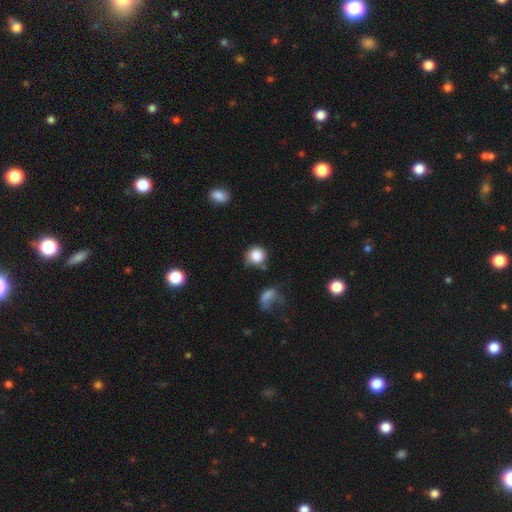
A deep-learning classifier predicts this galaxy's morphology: Smooth or featured? Predicted: smooth (p=0.84). How rounded? Predicted: round (p=0.87). Merging? Predicted: none (p=0.57).